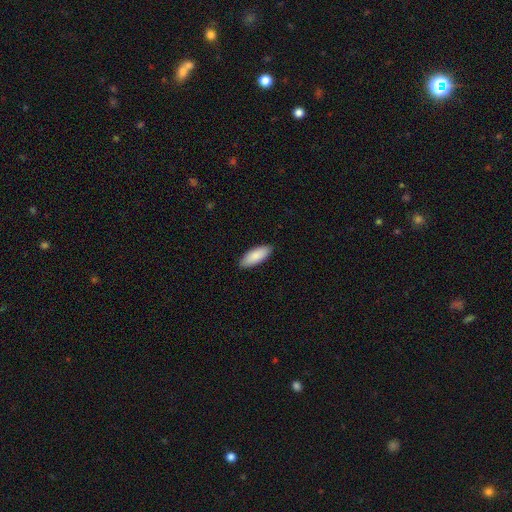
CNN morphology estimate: Q: Smooth or featured?
A: smooth (88%); runner-up: featured or disk (7%)
Q: How rounded?
A: in between (78%); runner-up: cigar-shaped (20%)
Q: Merging?
A: none (90%); runner-up: minor disturbance (8%)